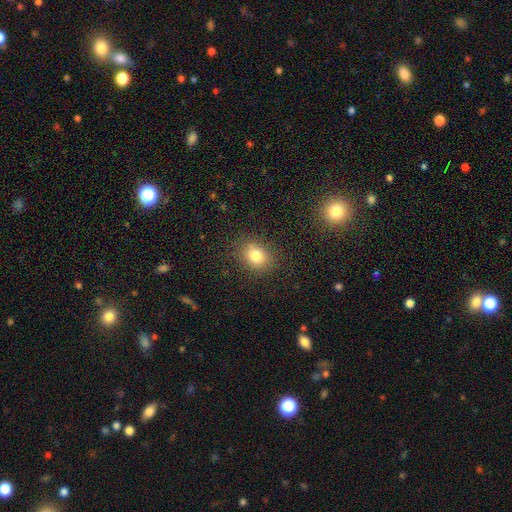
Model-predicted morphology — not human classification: type=smooth (79%); roundness=round (52%); merging=none (83%).